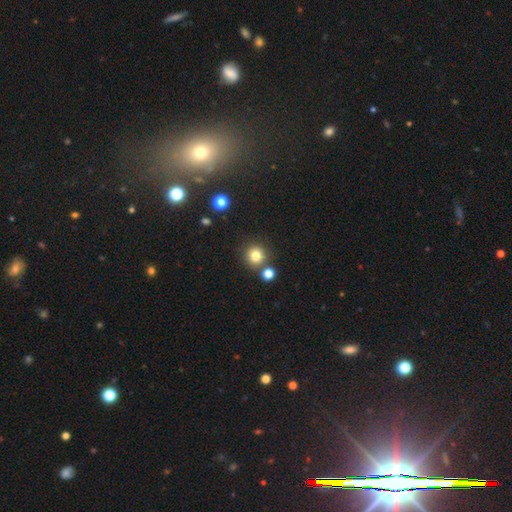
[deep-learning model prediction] A smooth galaxy with no disk features (80%) that is round (93%).

Vote fractions:
- Smooth or featured? smooth: 80% / star or artifact: 13% / featured or disk: 7%
- How rounded? round: 93% / in between: 6% / cigar-shaped: 1%
- Merging? none: 79% / merger: 10% / minor disturbance: 8% / major disturbance: 3%